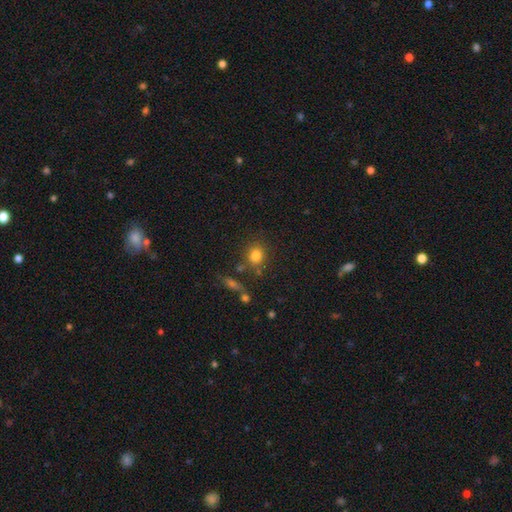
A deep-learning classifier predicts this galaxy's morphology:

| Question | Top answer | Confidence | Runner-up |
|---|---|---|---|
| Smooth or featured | smooth | 80% | star or artifact (12%) |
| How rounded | round | 79% | in between (20%) |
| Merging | none | 77% | minor disturbance (11%) |